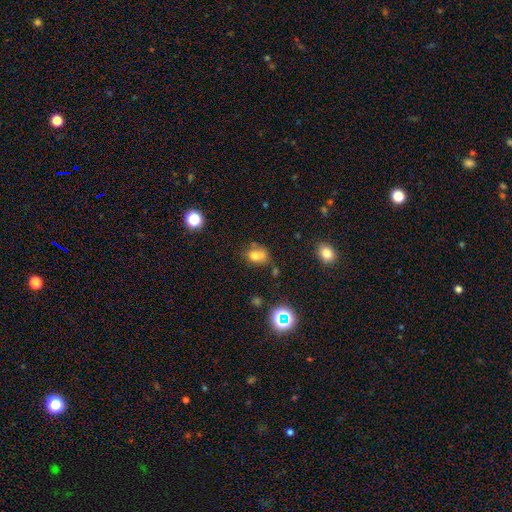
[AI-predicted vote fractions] Smooth or featured? Predicted: smooth (p=0.68). How rounded? Predicted: in between (p=0.60). Merging? Predicted: none (p=0.46).